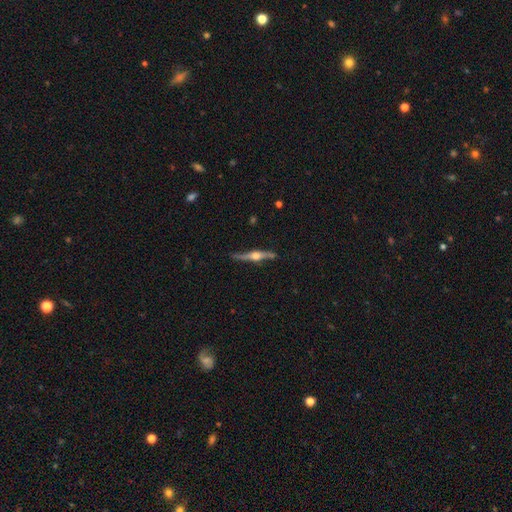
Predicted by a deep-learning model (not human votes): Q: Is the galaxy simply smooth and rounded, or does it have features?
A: featured or disk — 82%.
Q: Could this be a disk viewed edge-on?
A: yes — 96%.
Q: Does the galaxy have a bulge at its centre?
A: rounded — 94%.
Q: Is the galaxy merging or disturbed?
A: none — 82%.